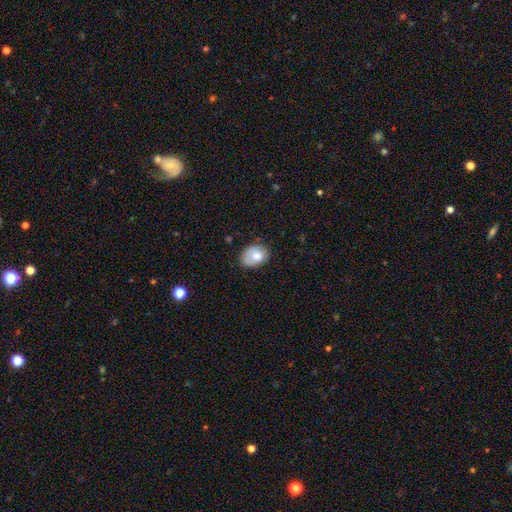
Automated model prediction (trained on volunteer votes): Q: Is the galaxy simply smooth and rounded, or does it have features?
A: smooth — 78%.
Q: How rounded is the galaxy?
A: in between — 66%.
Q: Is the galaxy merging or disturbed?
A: none — 62%.